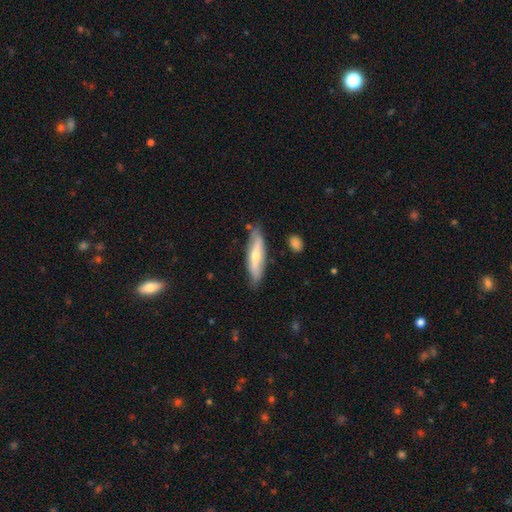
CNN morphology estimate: featured or disk 55%, smooth 38%, star or artifact 7%. Down the decision tree: edge-on disk — yes (66%); merging — none (80%).